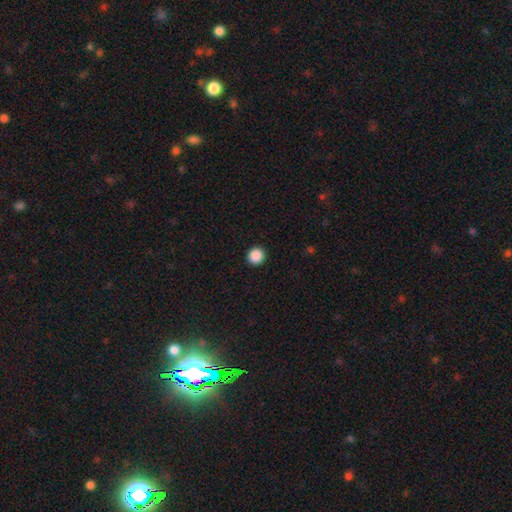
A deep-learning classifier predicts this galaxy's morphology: Smooth or featured? Predicted: smooth (p=0.88). How rounded? Predicted: round (p=0.95). Merging? Predicted: none (p=0.94).